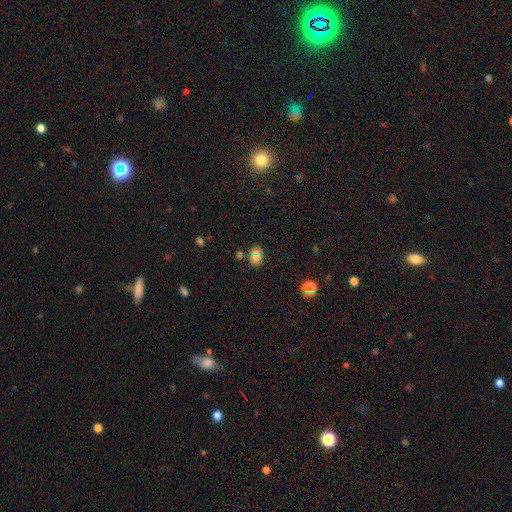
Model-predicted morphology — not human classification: Smooth or featured? smooth (67%)
How rounded? in between (54%)
Merging? none (73%)